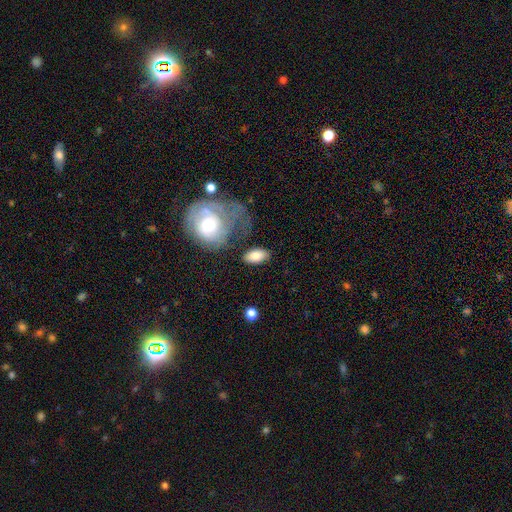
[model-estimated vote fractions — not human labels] This appears to be a smooth galaxy with no disk features (79%) that is in between round and cigar-shaped (91%). Merging: none (72%).